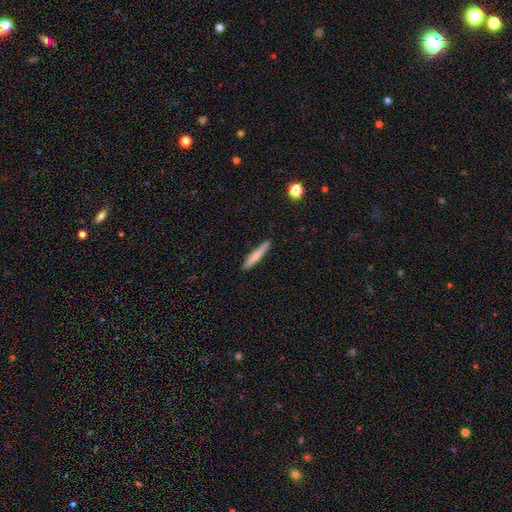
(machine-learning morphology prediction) A smooth galaxy with no disk features (72%) that is cigar-shaped (94%).

Vote fractions:
- Smooth or featured? smooth: 72% / featured or disk: 23% / star or artifact: 6%
- How rounded? cigar-shaped: 94% / in between: 5% / round: 1%
- Merging? none: 89% / minor disturbance: 8% / major disturbance: 2% / merger: 1%